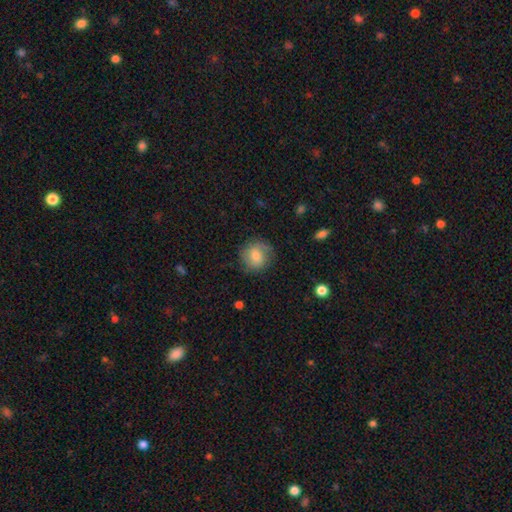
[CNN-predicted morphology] Smooth or featured? smooth (67%)
How rounded? round (86%)
Merging? none (74%)